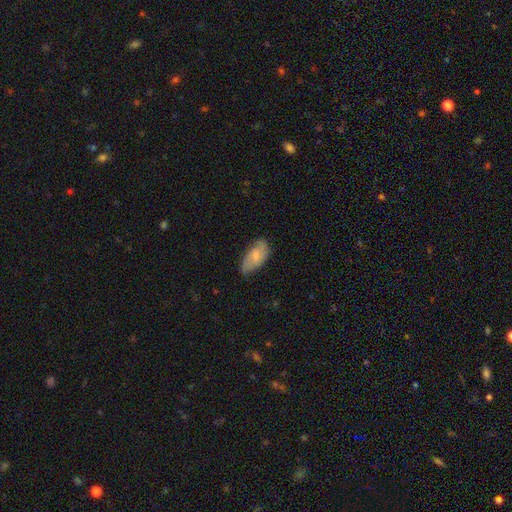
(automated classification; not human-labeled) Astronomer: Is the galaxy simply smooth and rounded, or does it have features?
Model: smooth — 61%.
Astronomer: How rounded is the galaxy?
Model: in between — 92%.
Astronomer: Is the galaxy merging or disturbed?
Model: none — 61%.